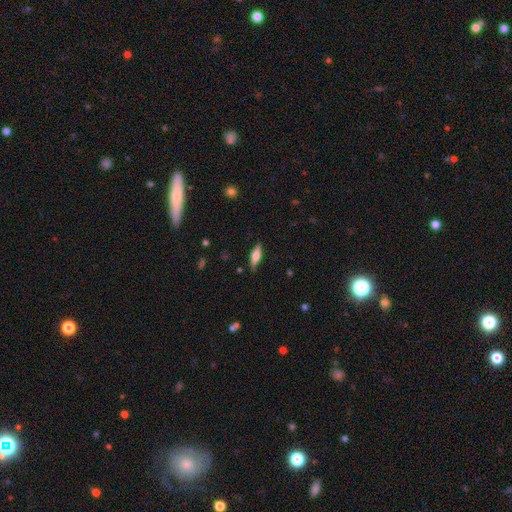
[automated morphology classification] smooth-or-featured: smooth: 62% | featured or disk: 31% | star or artifact: 7%
  how-rounded: in between: 53% | cigar-shaped: 45% | round: 2%
  merging: none: 81% | minor disturbance: 15% | major disturbance: 3% | merger: 1%